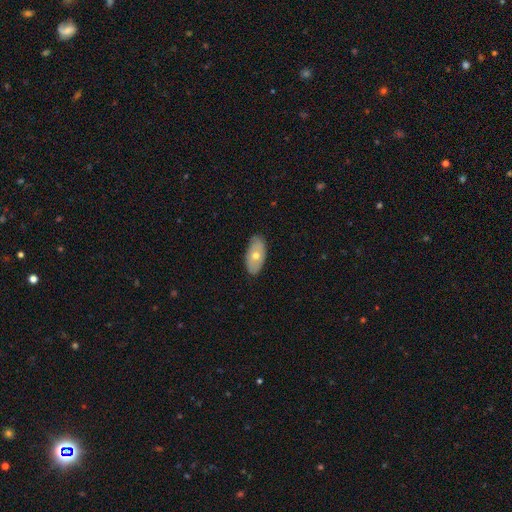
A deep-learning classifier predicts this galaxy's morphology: smooth_or_featured: smooth (p=0.53) [alt: featured or disk p=0.41]
how_rounded: in between (p=0.92) [alt: round p=0.04]
merging: none (p=0.83) [alt: minor disturbance p=0.14]